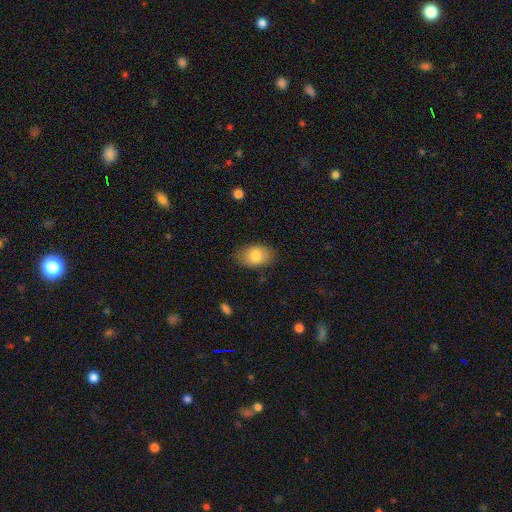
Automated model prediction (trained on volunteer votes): Smooth or featured? Predicted: smooth (p=0.82). How rounded? Predicted: in between (p=0.87). Merging? Predicted: none (p=0.80).